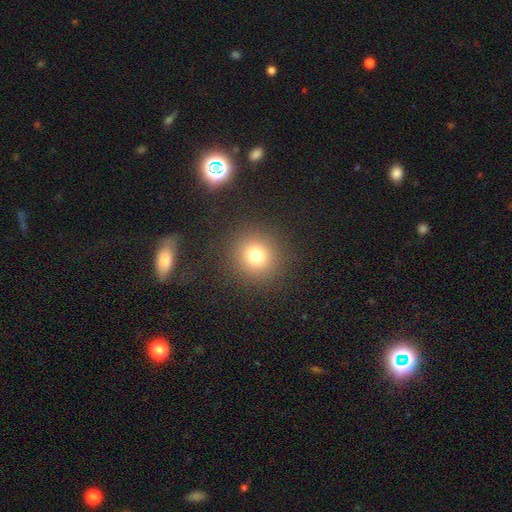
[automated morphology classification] This is likely a smooth galaxy (75%). How rounded: clearly round (93%). Merging: clearly none (89%).